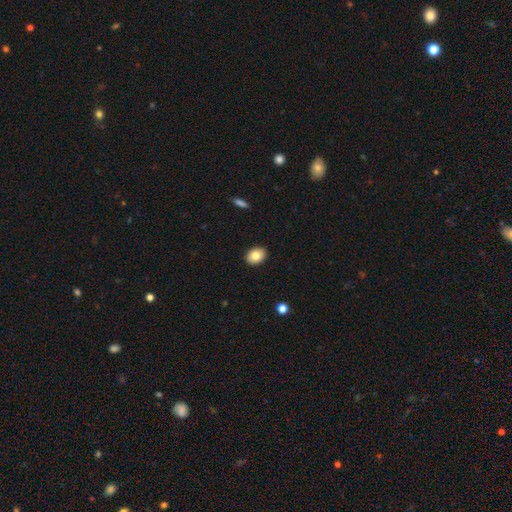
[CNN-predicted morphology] Q: Smooth or featured?
A: smooth (81%); runner-up: featured or disk (11%)
Q: How rounded?
A: in between (67%); runner-up: round (32%)
Q: Merging?
A: none (90%); runner-up: minor disturbance (7%)